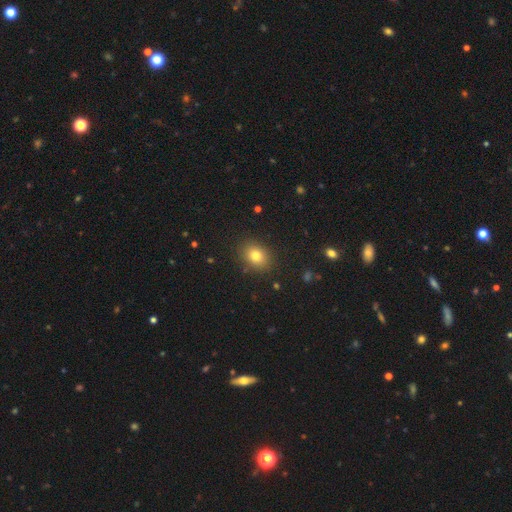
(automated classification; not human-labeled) Morphology: type=smooth (80%); roundness=in between (55%); merging=none (87%).